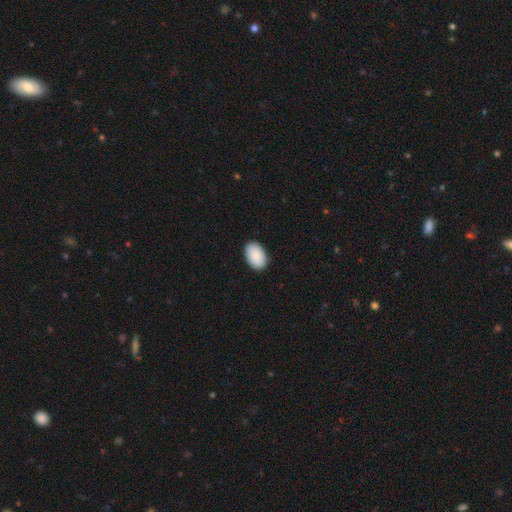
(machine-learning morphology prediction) A smooth galaxy with no disk features (91%) that is in between round and cigar-shaped (93%).

Vote fractions:
- Smooth or featured? smooth: 91% / star or artifact: 6% / featured or disk: 3%
- How rounded? in between: 93% / round: 6% / cigar-shaped: 1%
- Merging? none: 90% / minor disturbance: 8% / major disturbance: 2% / merger: 1%